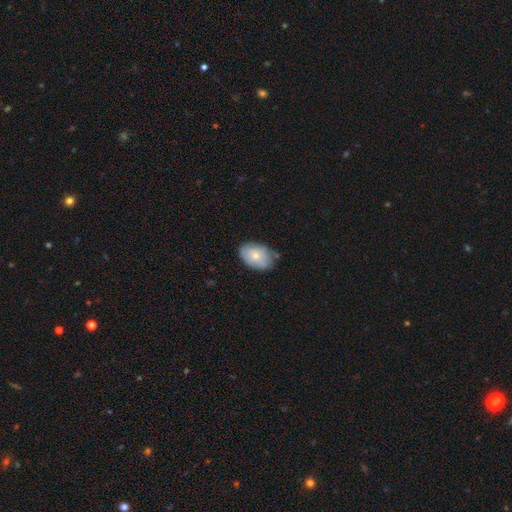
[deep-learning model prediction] Smooth or featured?
  - smooth: 71% *
  - featured or disk: 22%
  - star or artifact: 7%
How rounded?
  - in between: 85% *
  - round: 14%
  - cigar-shaped: 1%
Merging?
  - none: 68% *
  - minor disturbance: 25%
  - major disturbance: 5%
  - merger: 2%